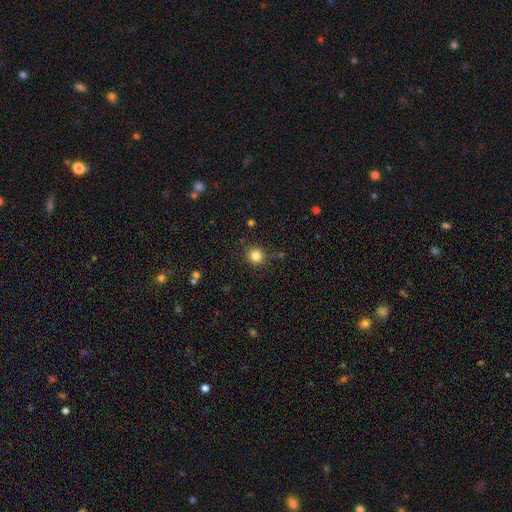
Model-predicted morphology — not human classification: A smooth galaxy with no disk features (83%) that is round (91%). Merging: none (85%).